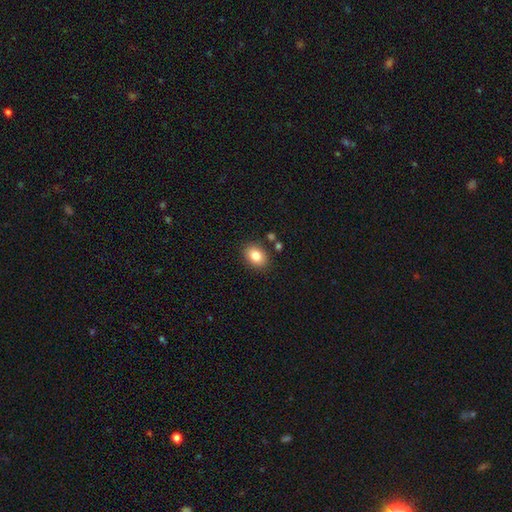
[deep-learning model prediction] Overall: smooth (84%). How rounded: in between (65%; round 34%). Merging: none (85%).